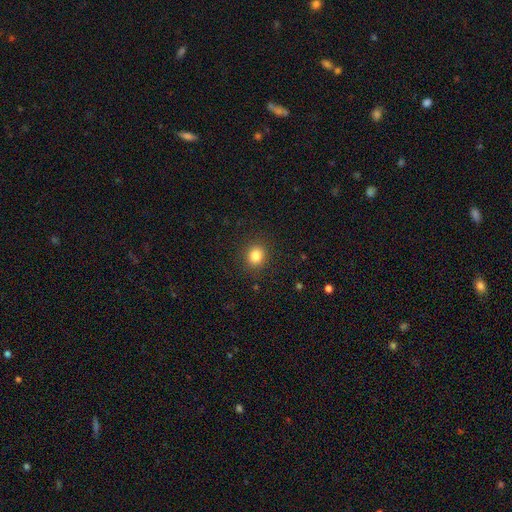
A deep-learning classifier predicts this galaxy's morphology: Smooth or featured? smooth (83%)
How rounded? round (79%)
Merging? none (90%)